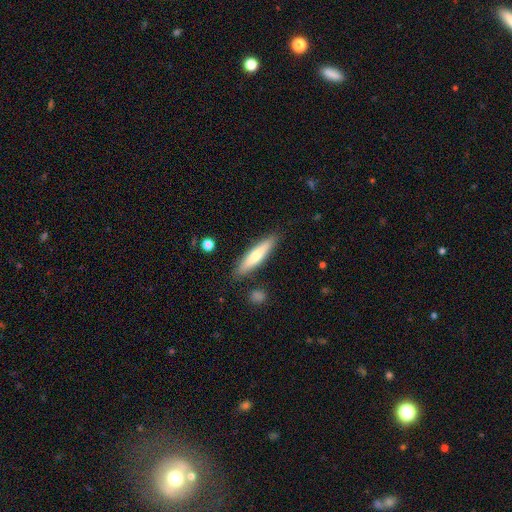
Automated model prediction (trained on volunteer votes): smooth-or-featured: smooth: 60% | featured or disk: 34% | star or artifact: 6%
  how-rounded: cigar-shaped: 85% | in between: 13% | round: 1%
  merging: none: 87% | minor disturbance: 9% | merger: 2% | major disturbance: 2%